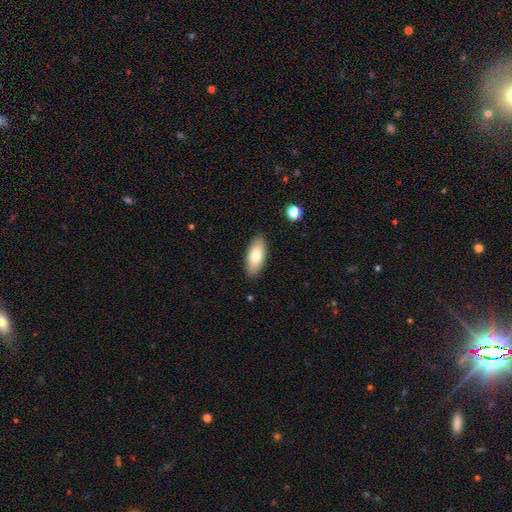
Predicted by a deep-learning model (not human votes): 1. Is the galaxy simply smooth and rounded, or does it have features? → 78% smooth, 15% featured or disk, 6% star or artifact.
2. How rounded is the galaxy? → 81% in between, 17% cigar-shaped, 2% round.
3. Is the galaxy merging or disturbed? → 88% none, 9% minor disturbance, 2% major disturbance, 1% merger.